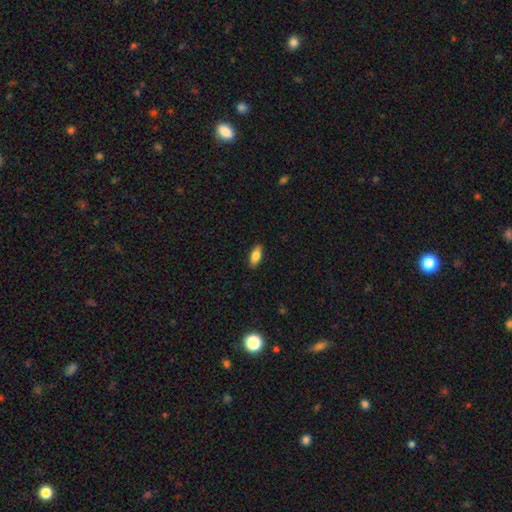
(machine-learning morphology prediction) smooth-or-featured: smooth: 80% | featured or disk: 14% | star or artifact: 7%
  how-rounded: in between: 82% | cigar-shaped: 15% | round: 2%
  merging: none: 89% | minor disturbance: 8% | major disturbance: 2% | merger: 1%